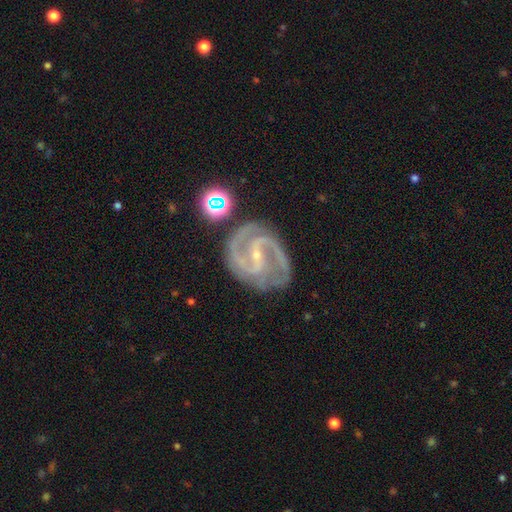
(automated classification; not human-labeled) A featured or disk galaxy (92%) with a strong bar (39%, tied with weak), 2 (76%) medium (55%) spiral arms (98%) and a small central bulge (83%). Merging: none (70%).